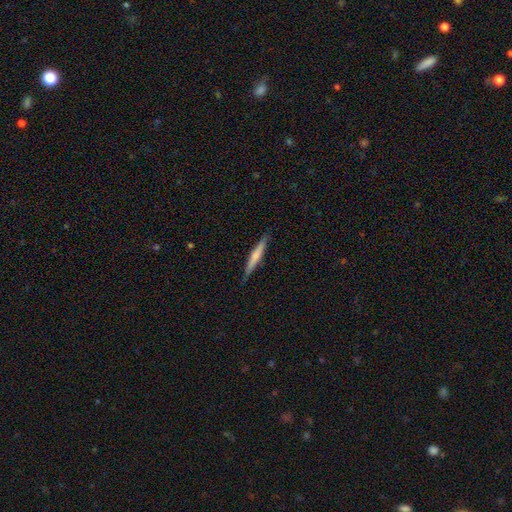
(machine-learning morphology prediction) This appears to be a smooth galaxy with no disk features (54%) that is cigar-shaped (95%). Merging: none (88%).